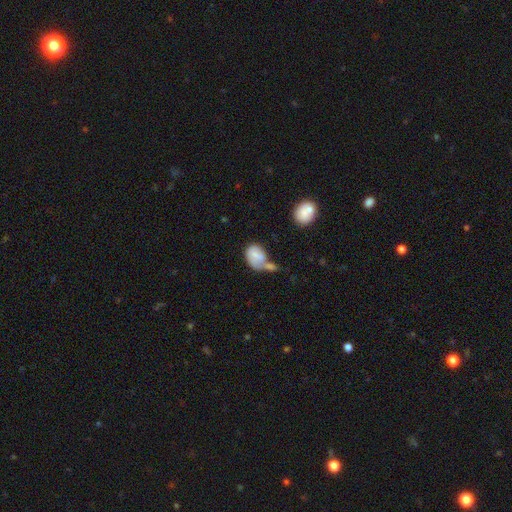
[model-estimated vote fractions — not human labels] This appears to be a smooth galaxy with no disk features (70%) that is in between round and cigar-shaped (71%). Merging: merger (46%).